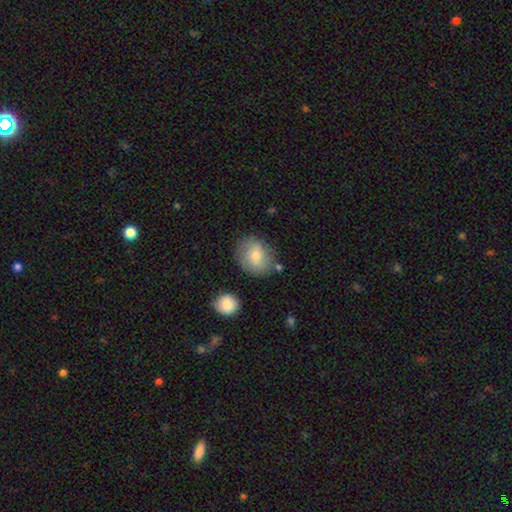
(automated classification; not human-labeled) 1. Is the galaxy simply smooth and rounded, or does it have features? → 67% smooth, 25% featured or disk, 8% star or artifact.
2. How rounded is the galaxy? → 60% round, 39% in between, 1% cigar-shaped.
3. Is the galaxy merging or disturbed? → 74% none, 17% minor disturbance, 5% major disturbance, 5% merger.